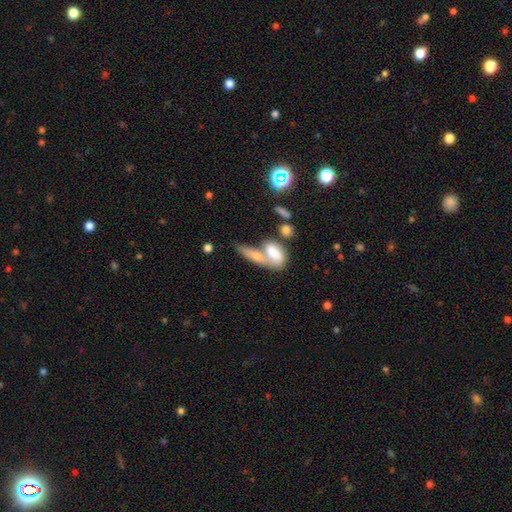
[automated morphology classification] A smooth galaxy with no disk features (69%) that is in between round and cigar-shaped (69%).

Vote fractions:
- Smooth or featured? smooth: 69% / featured or disk: 23% / star or artifact: 8%
- How rounded? in between: 69% / cigar-shaped: 24% / round: 6%
- Merging? merger: 62% / none: 21% / minor disturbance: 9% / major disturbance: 8%